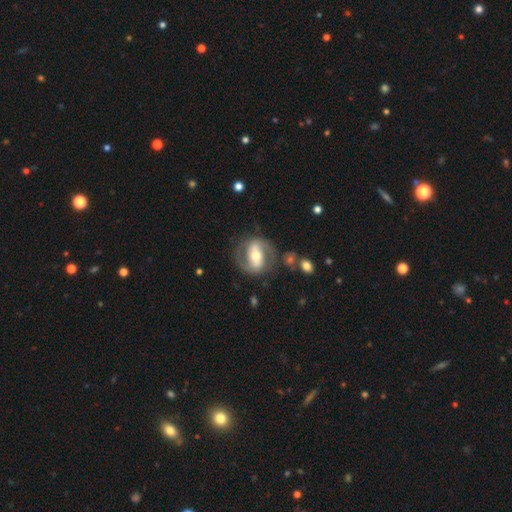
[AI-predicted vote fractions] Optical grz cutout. It shows a featured or disk galaxy (75%) with a strong bar (51%), 2 (86%) medium (48%) spiral arms (77%) and a moderate central bulge (70%). Merging: none (76%).